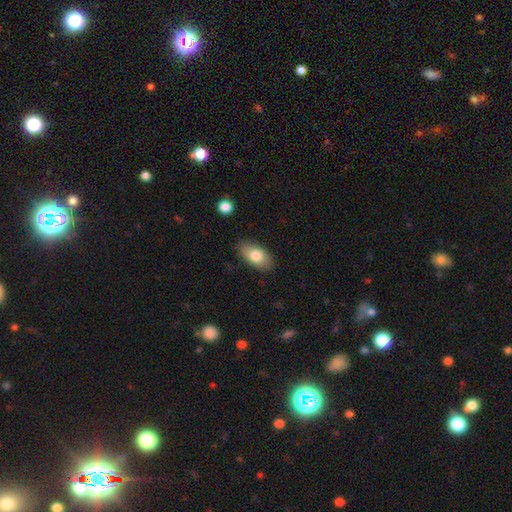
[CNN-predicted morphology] Smooth or featured? Predicted: smooth (p=0.79). How rounded? Predicted: in between (p=0.92). Merging? Predicted: none (p=0.84).